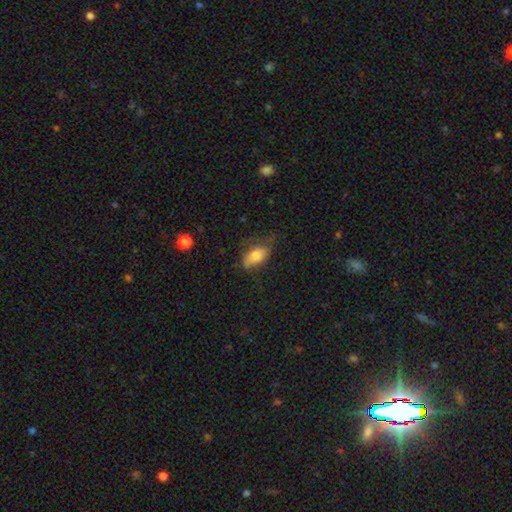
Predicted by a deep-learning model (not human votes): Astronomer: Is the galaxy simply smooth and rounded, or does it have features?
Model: smooth — 74%.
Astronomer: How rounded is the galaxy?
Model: in between — 88%.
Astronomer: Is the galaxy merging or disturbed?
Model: none — 52% (runner-up: minor disturbance, 31%).